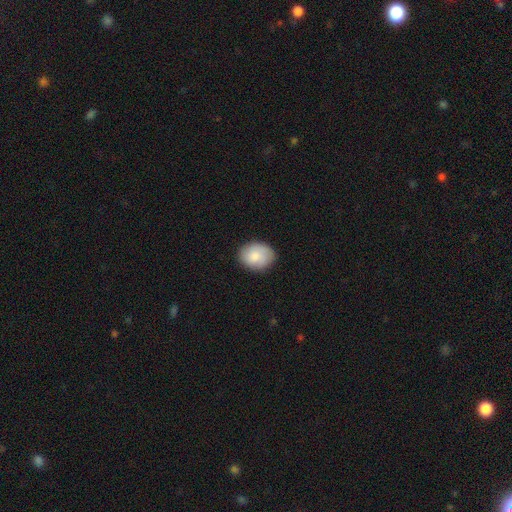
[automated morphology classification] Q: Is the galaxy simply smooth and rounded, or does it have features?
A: smooth — 81%.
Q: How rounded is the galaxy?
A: in between — 58%.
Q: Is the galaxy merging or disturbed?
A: none — 81%.